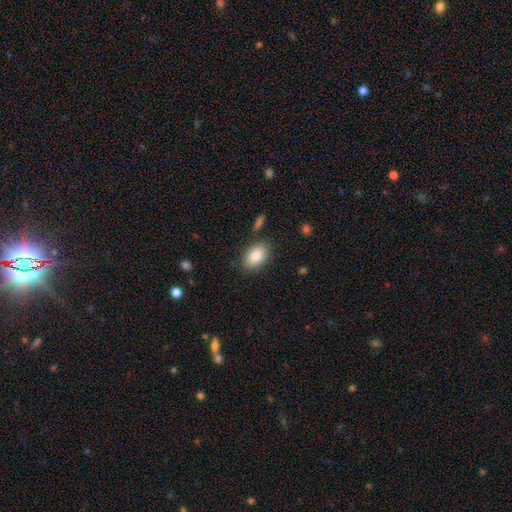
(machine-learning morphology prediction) Overall: smooth (86%). How rounded: in between (91%). Merging: none (83%).